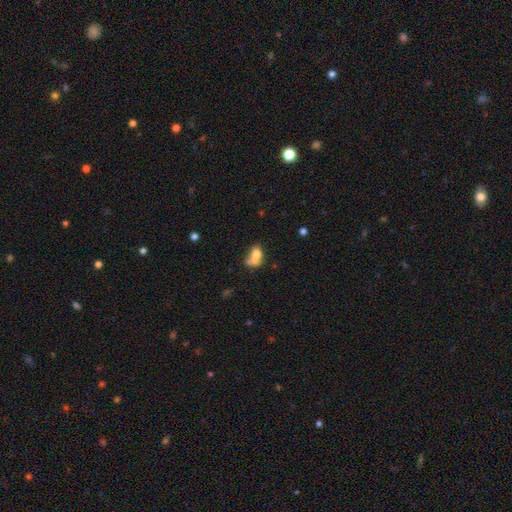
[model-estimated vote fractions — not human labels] Morphology: type=smooth (66%); roundness=in between (62%); merging=merger (63%).